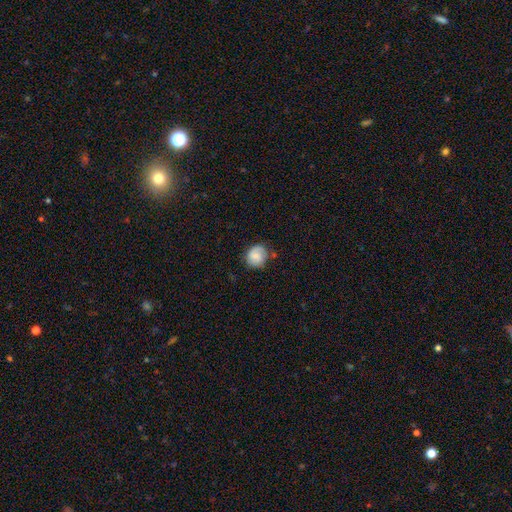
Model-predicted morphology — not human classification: The model was most divided on "smooth or featured": smooth: 61%, featured or disk: 31%, star or artifact: 8%. More confident: how rounded — round (77%); merging — none (68%).